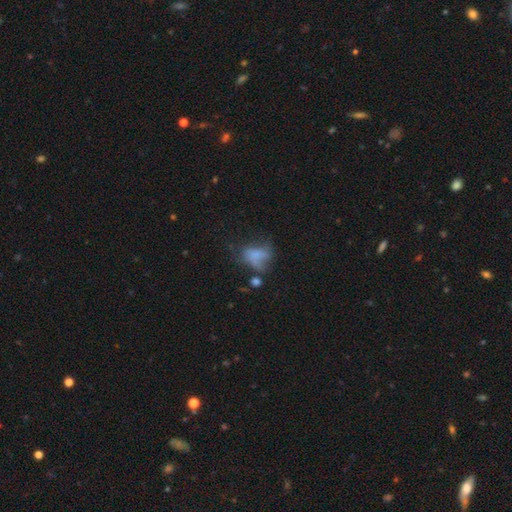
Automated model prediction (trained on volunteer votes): A smooth galaxy with no disk features (56%) that is in between round and cigar-shaped (75%).

Vote fractions:
- Smooth or featured? smooth: 56% / featured or disk: 30% / star or artifact: 14%
- How rounded? in between: 75% / round: 23% / cigar-shaped: 2%
- Merging? major disturbance: 39% / none: 26% / minor disturbance: 22% / merger: 13%